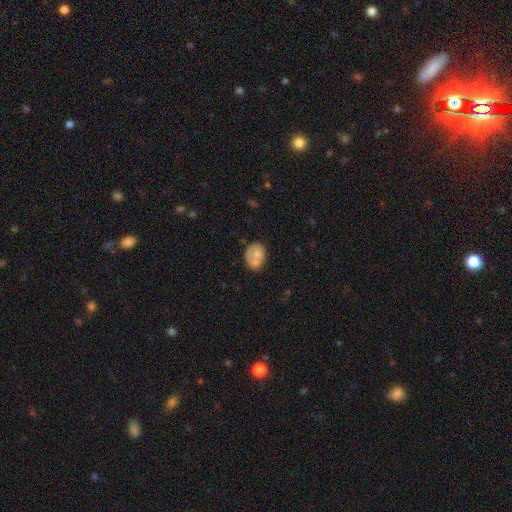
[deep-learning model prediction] Smooth or featured?
  - smooth: 63% *
  - featured or disk: 30%
  - star or artifact: 7%
How rounded?
  - in between: 61% *
  - round: 38%
  - cigar-shaped: 1%
Merging?
  - none: 42% *
  - merger: 26%
  - minor disturbance: 22%
  - major disturbance: 11%